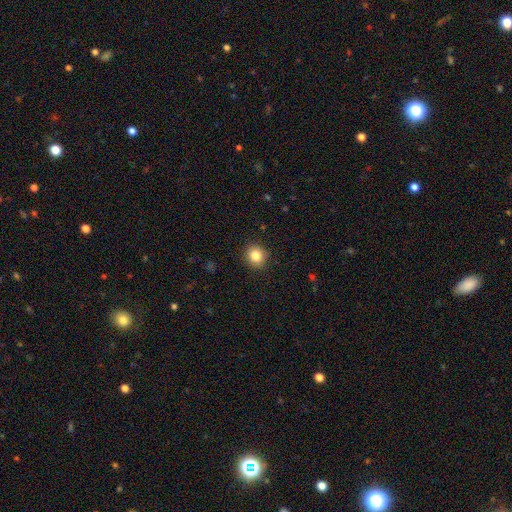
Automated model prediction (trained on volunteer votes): A smooth galaxy with no disk features (84%) that is round (86%). Merging: none (91%).